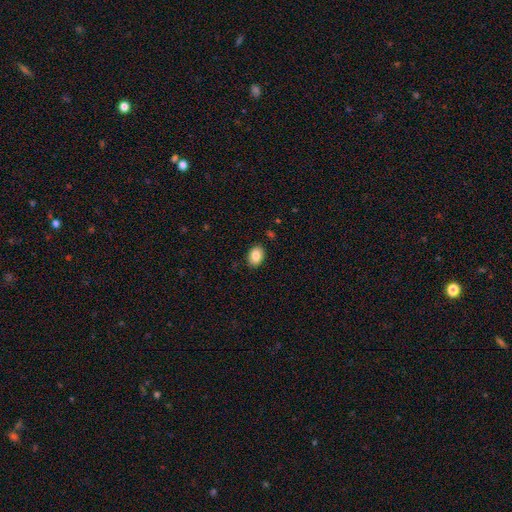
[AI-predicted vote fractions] Smooth or featured: smooth — 86% (star or artifact — 8%)
How rounded: in between — 78% (round — 21%)
Merging: none — 89% (minor disturbance — 8%)